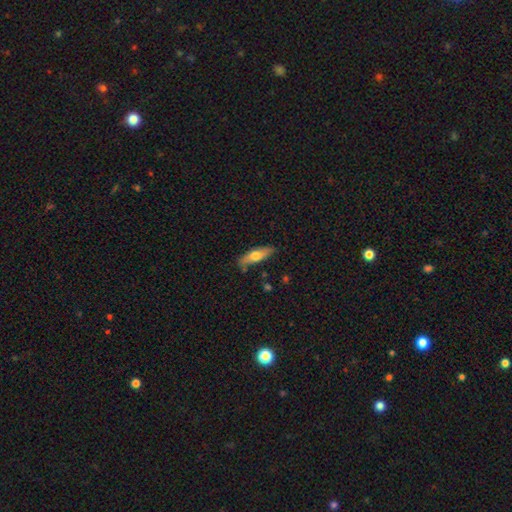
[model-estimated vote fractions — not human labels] The model was most divided on "how rounded": cigar-shaped: 51%, in between: 46%, round: 3%. More confident: merging — none (78%); smooth or featured — smooth (59%).